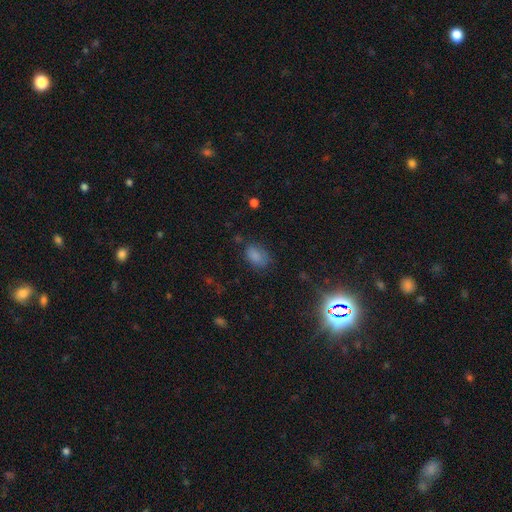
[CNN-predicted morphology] Smooth or featured: smooth — 81% (star or artifact — 13%)
How rounded: in between — 87% (round — 11%)
Merging: none — 67% (minor disturbance — 22%)